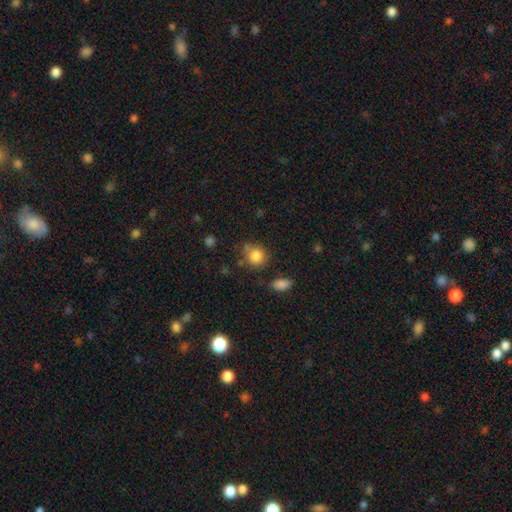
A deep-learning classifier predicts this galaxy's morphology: The model was most divided on "merging": none: 67%, minor disturbance: 18%, merger: 9%, major disturbance: 6%. More confident: smooth or featured — smooth (84%); how rounded — round (81%).